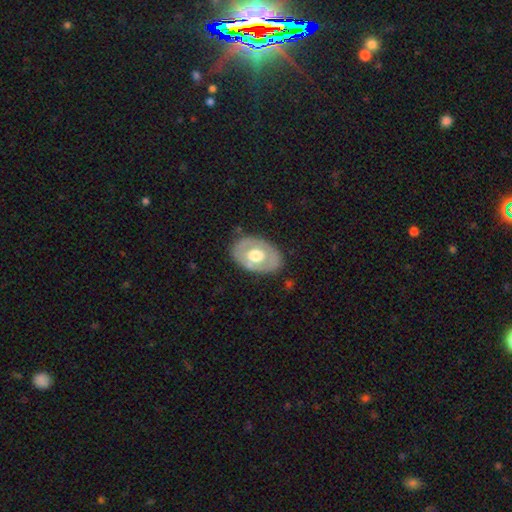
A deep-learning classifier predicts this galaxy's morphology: A featured or disk galaxy (50%). Merging: none (80%).